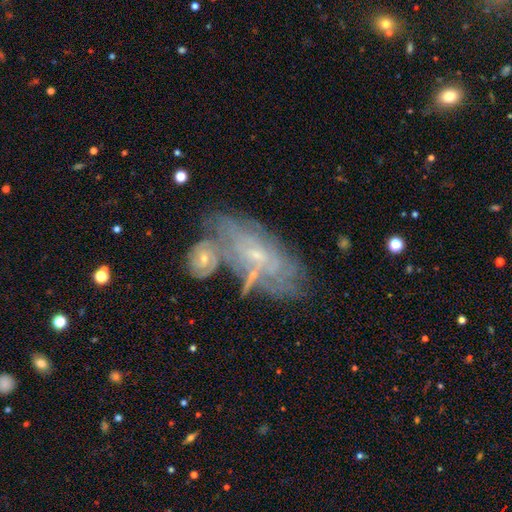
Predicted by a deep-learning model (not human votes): Overall: featured or disk (71%). Edge-on disk: no (90%). Bar: no (66%; weak 28%). Spiral arms: yes (73%). Bulge size: small (75%). Merging: none (48%; merger 25%).